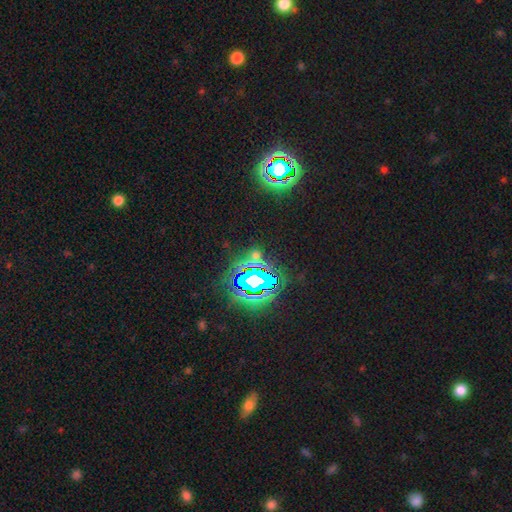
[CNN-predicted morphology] star or artifact 71%, smooth 20%, featured or disk 9%.